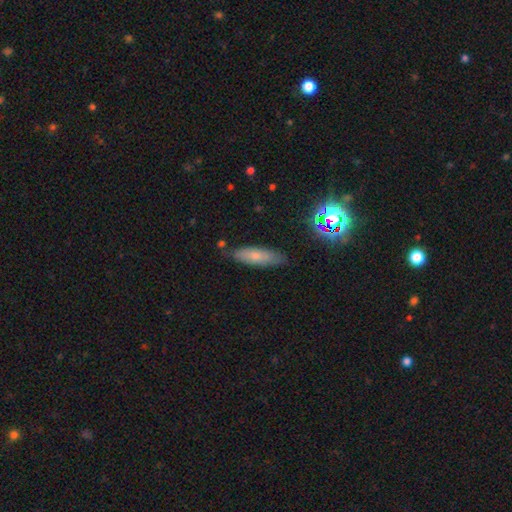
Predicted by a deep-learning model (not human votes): smooth-or-featured: smooth: 68% | featured or disk: 21% | star or artifact: 10%
  how-rounded: cigar-shaped: 53% | in between: 45% | round: 2%
  merging: none: 79% | minor disturbance: 16% | major disturbance: 3% | merger: 3%